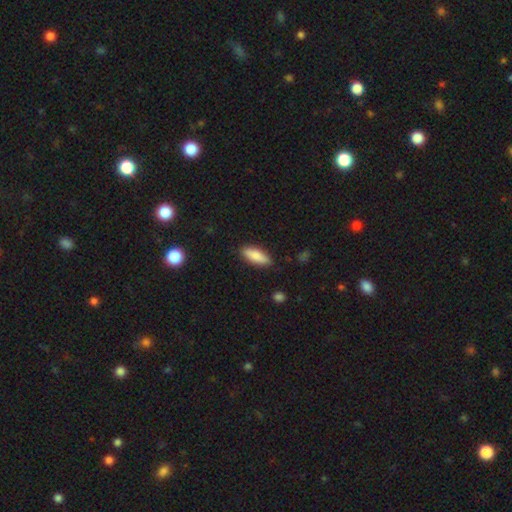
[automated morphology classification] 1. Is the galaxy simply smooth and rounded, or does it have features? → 79% smooth, 14% featured or disk, 6% star or artifact.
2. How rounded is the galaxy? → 58% in between, 40% cigar-shaped, 2% round.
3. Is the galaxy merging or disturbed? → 85% none, 11% minor disturbance, 2% major disturbance, 1% merger.